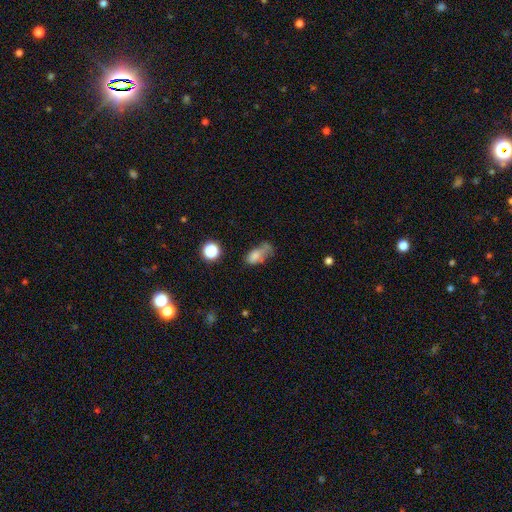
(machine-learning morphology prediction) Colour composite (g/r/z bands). It shows a smooth galaxy with no disk features (70%) that is in between round and cigar-shaped (83%). Merging: major disturbance (32%).